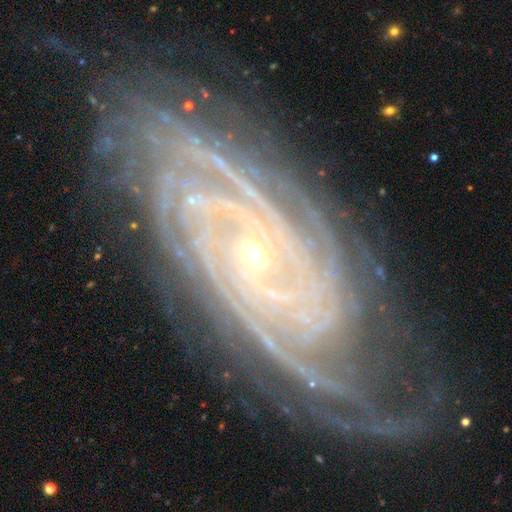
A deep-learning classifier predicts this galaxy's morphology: Smooth or featured: featured or disk — 92% (star or artifact — 6%)
Edge-on disk: no — 95% (yes — 5%)
Bar: no — 63% (weak — 23%)
Spiral arms: yes — 99% (no — 1%)
Spiral winding: tight — 81% (medium — 17%)
Spiral arm count: 4 — 23% (more than 4 — 21%)
Bulge size: small — 82% (moderate — 14%)
Merging: none — 77% (minor disturbance — 16%)